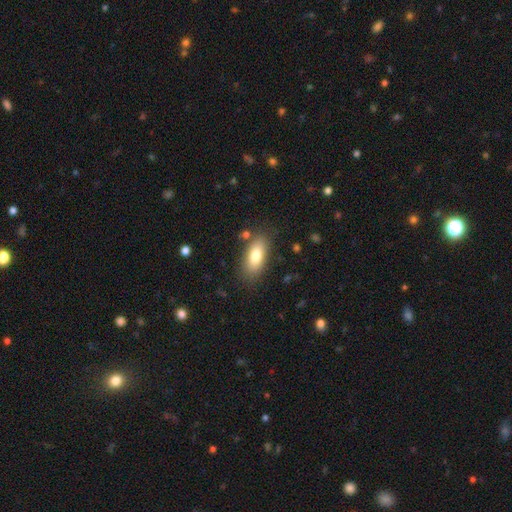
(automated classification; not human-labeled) Morphology: type=smooth (79%); roundness=in between (86%); merging=none (81%).